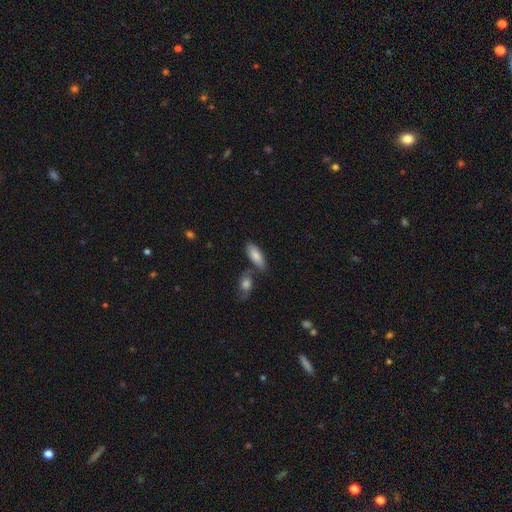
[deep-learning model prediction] Smooth or featured? smooth (83%)
How rounded? in between (80%)
Merging? none (66%)